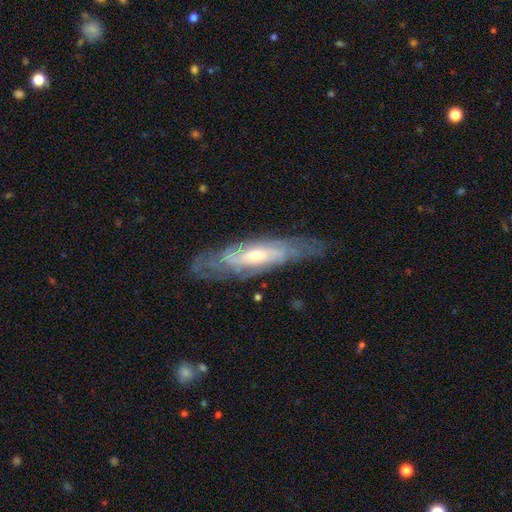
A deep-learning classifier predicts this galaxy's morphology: smooth_or_featured: featured or disk (p=0.76) [alt: smooth p=0.18]
disk_edge_on: no (p=0.68) [alt: yes p=0.32]
bar: no (p=0.56) [alt: weak p=0.31]
has_spiral_arms: yes (p=0.80) [alt: no p=0.20]
bulge_size: moderate (p=0.49) [alt: small p=0.45]
merging: none (p=0.71) [alt: minor disturbance p=0.19]